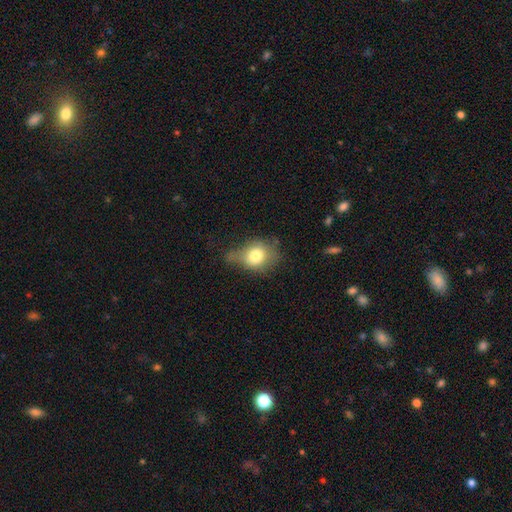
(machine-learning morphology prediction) This is likely a smooth galaxy (75%). How rounded: possibly round (54%). Merging: marginally minor disturbance (38%).